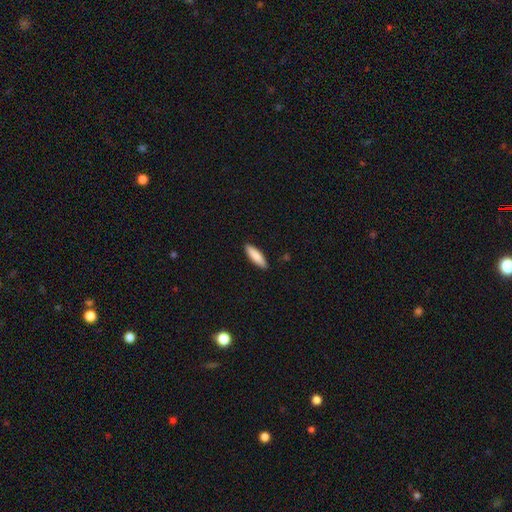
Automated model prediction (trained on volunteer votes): This appears to be a smooth galaxy with no disk features (86%) that is cigar-shaped (59%). Merging: none (89%).